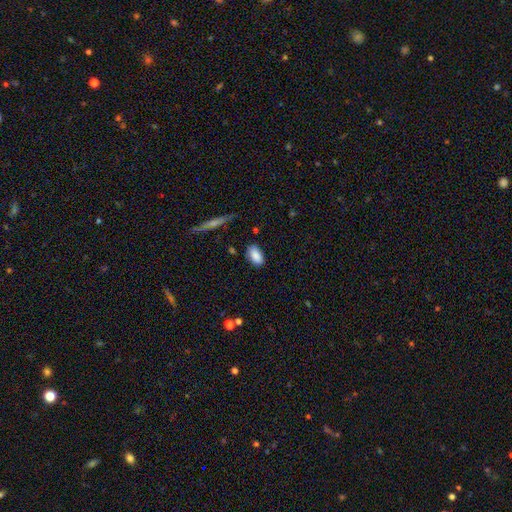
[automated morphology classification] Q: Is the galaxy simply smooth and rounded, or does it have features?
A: smooth — 87%.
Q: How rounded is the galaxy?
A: in between — 92%.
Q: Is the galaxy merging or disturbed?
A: none — 80%.